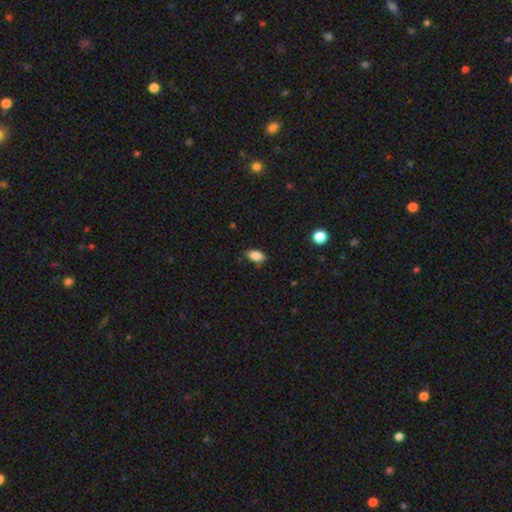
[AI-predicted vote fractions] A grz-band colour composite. It shows a smooth galaxy with no disk features (85%) that is in between round and cigar-shaped (90%). Merging: none (83%).